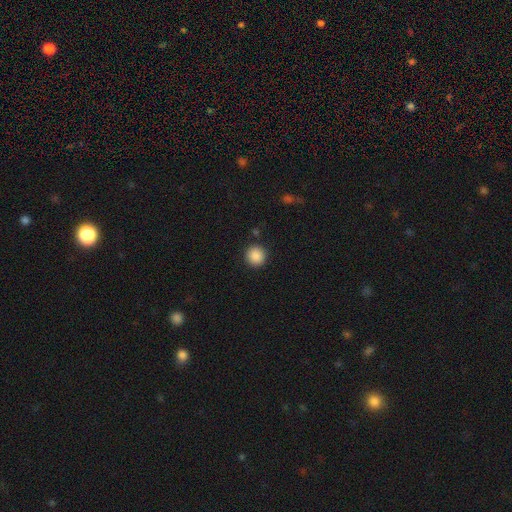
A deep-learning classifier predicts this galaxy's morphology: This appears to be a smooth galaxy with no disk features (88%) that is round (94%). Merging: none (91%).